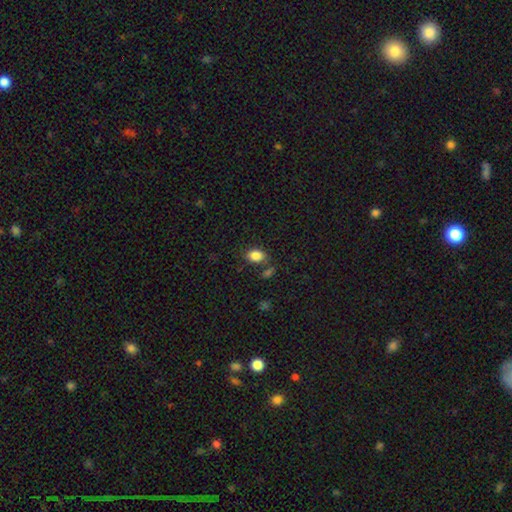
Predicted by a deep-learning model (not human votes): Smooth or featured? Predicted: smooth (p=0.85). How rounded? Predicted: in between (p=0.80). Merging? Predicted: none (p=0.70).